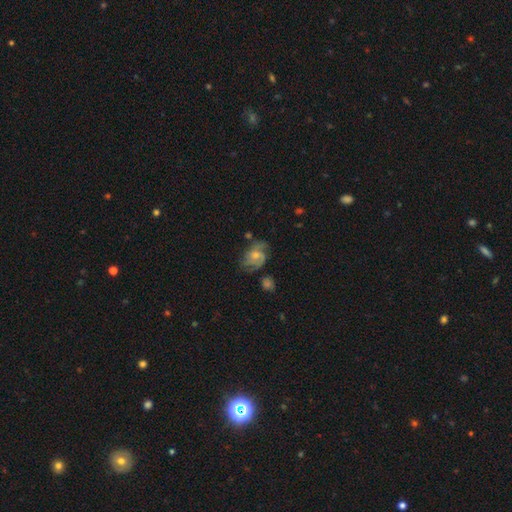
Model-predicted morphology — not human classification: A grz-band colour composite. It shows a featured or disk galaxy (70%) with no bar (63%), 2 (43%) medium (47%) spiral arms (90%) and a moderate central bulge (54%). Merging: none (55%).